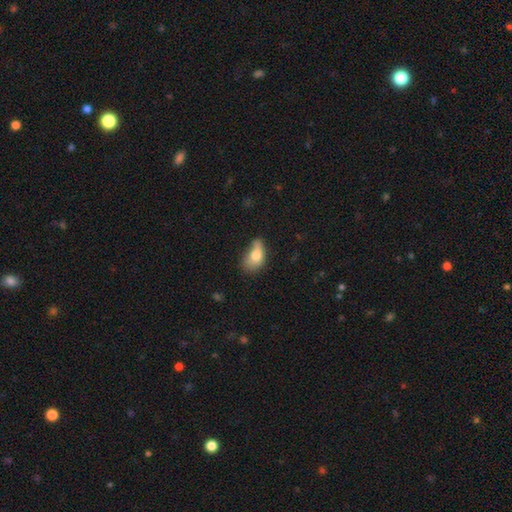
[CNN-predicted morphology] This is likely a smooth galaxy (74%). How rounded: clearly in between (84%). Merging: marginally minor disturbance (38%).